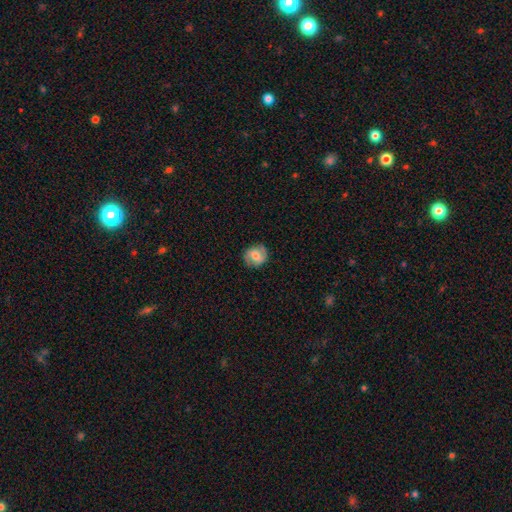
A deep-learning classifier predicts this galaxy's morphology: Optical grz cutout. It shows a featured or disk galaxy (49%). Merging: none (81%).